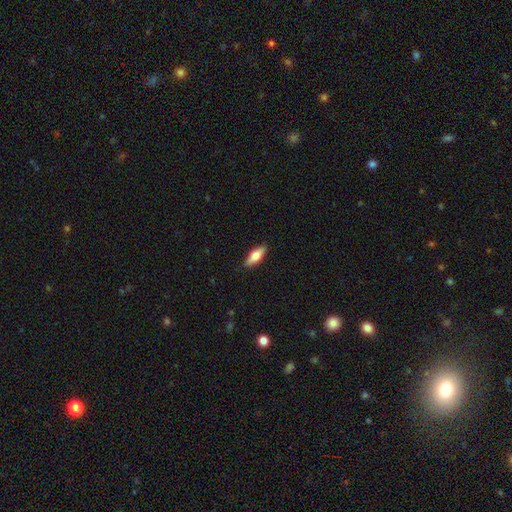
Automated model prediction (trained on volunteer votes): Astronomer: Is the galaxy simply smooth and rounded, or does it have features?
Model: smooth — 65%.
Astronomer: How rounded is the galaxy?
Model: in between — 64%.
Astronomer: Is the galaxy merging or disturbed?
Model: none — 87%.